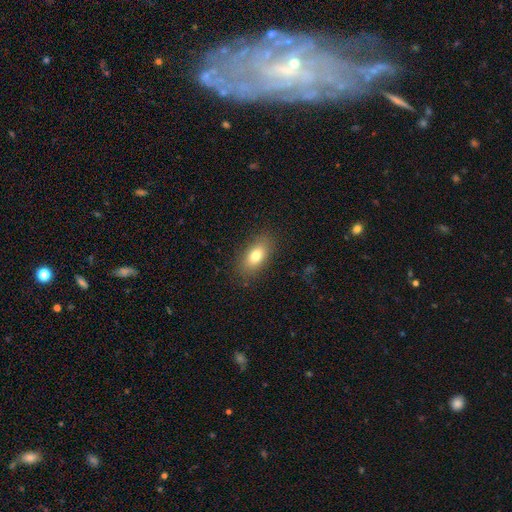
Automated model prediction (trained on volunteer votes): Q: Smooth or featured?
A: smooth (77%); runner-up: featured or disk (14%)
Q: How rounded?
A: in between (87%); runner-up: round (7%)
Q: Merging?
A: none (86%); runner-up: minor disturbance (10%)